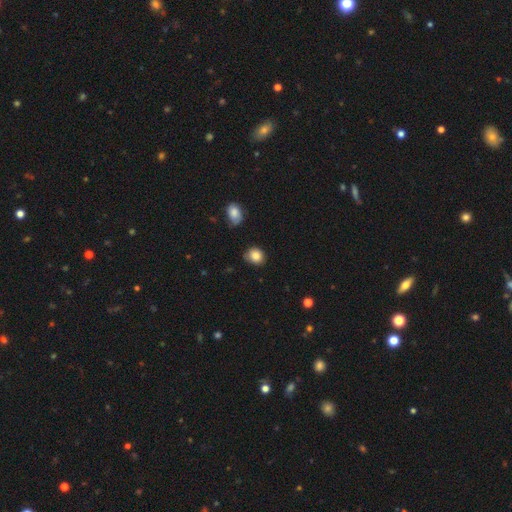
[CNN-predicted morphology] Smooth or featured?
  - smooth: 84% *
  - star or artifact: 9%
  - featured or disk: 7%
How rounded?
  - round: 73% *
  - in between: 26%
  - cigar-shaped: 1%
Merging?
  - none: 76% *
  - minor disturbance: 19%
  - major disturbance: 3%
  - merger: 2%